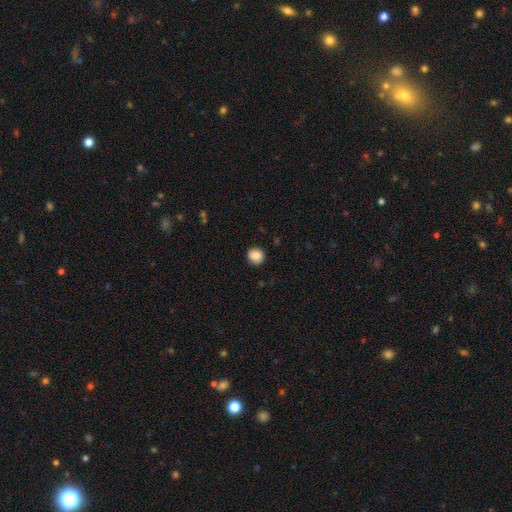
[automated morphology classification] Smooth or featured: smooth — 88% (star or artifact — 9%)
How rounded: round — 90% (in between — 9%)
Merging: none — 90% (minor disturbance — 7%)